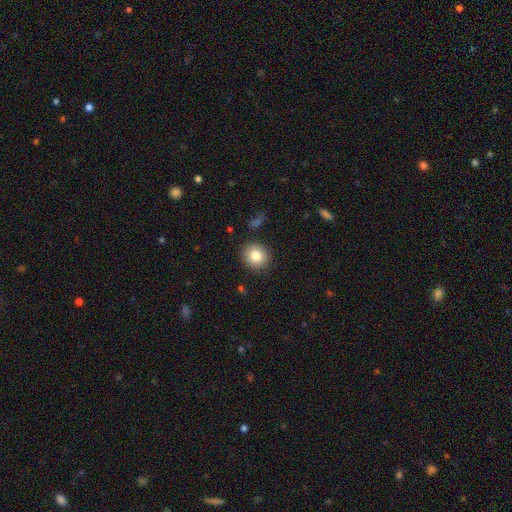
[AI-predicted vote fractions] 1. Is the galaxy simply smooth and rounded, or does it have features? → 82% smooth, 10% star or artifact, 9% featured or disk.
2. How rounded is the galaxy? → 87% round, 12% in between, 1% cigar-shaped.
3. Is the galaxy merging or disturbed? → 88% none, 8% minor disturbance, 2% major disturbance, 2% merger.